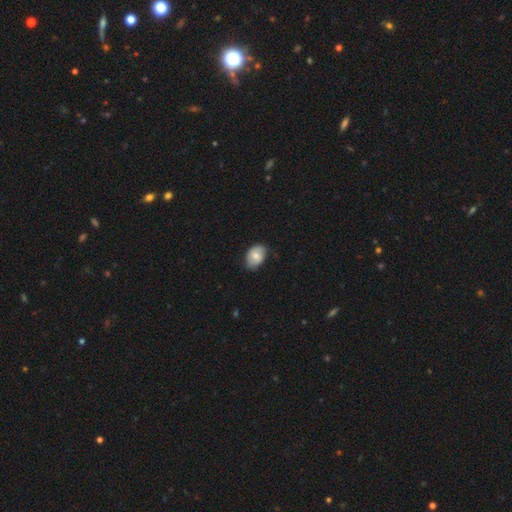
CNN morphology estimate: Smooth or featured? Predicted: smooth (p=0.74). How rounded? Predicted: in between (p=0.81). Merging? Predicted: none (p=0.72).